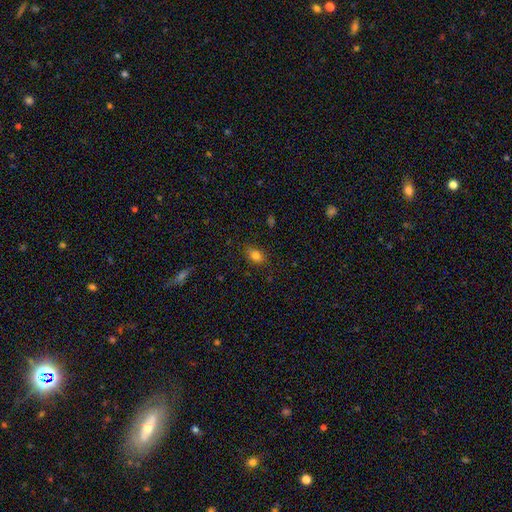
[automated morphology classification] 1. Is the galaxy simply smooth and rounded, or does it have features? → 81% smooth, 12% star or artifact, 8% featured or disk.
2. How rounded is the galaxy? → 75% in between, 23% round, 2% cigar-shaped.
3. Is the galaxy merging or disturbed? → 83% none, 12% minor disturbance, 3% major disturbance, 1% merger.